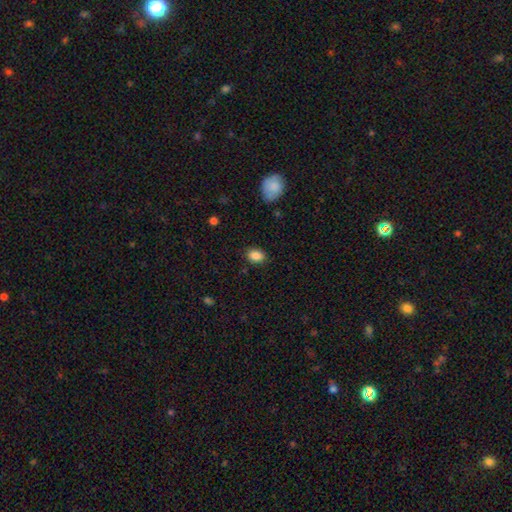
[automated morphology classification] This appears to be a smooth galaxy with no disk features (87%) that is in between round and cigar-shaped (73%). Merging: none (85%).